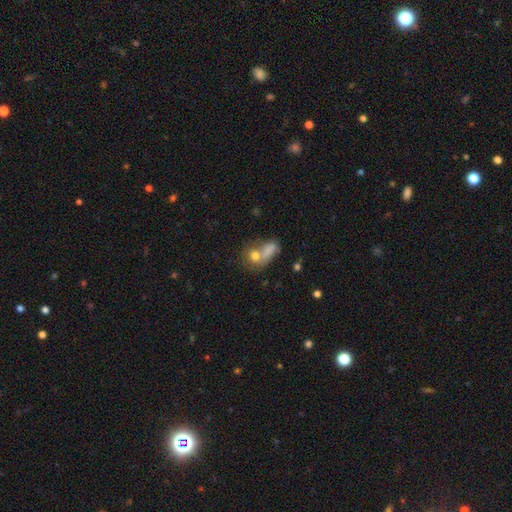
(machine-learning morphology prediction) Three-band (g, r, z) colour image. It shows a smooth galaxy with no disk features (63%) that is round (58%). Merging: merger (51%).